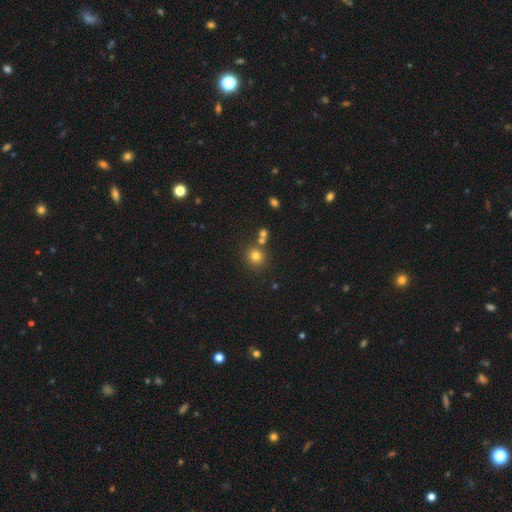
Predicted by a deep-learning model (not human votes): The model was most divided on "merging": none: 75%, merger: 14%, minor disturbance: 8%, major disturbance: 3%. More confident: how rounded — round (90%); smooth or featured — smooth (77%).